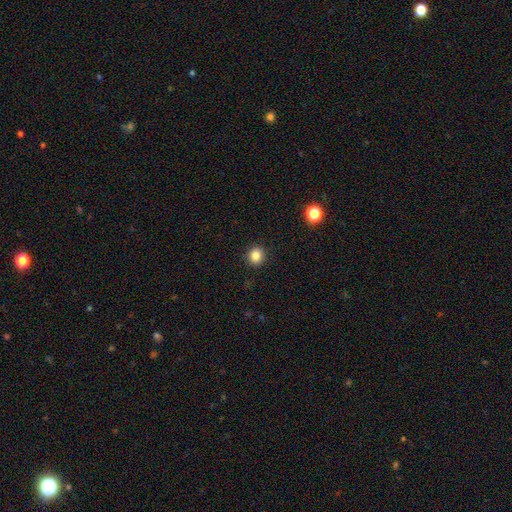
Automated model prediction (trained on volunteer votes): A smooth galaxy with no disk features (83%) that is round (84%). Merging: none (92%).